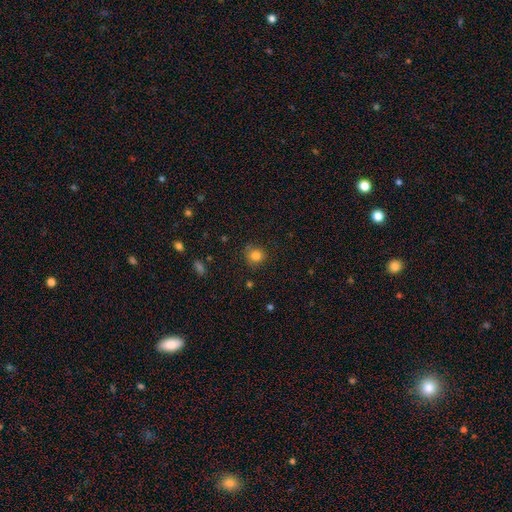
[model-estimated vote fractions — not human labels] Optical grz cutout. It shows a smooth galaxy with no disk features (82%) that is round (88%). Merging: none (83%).